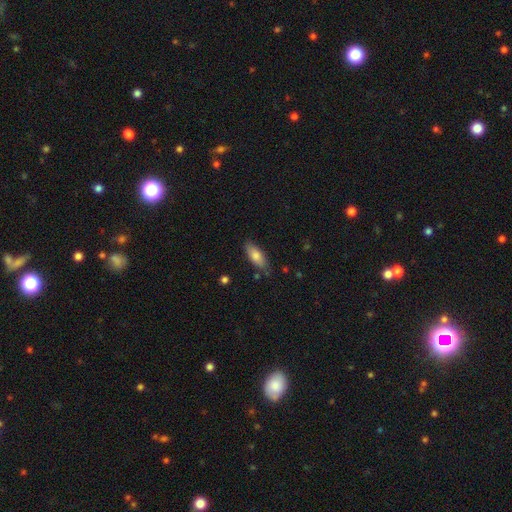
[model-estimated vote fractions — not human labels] smooth_or_featured: smooth (p=0.78) [alt: featured or disk p=0.16]
how_rounded: in between (p=0.73) [alt: cigar-shaped p=0.25]
merging: none (p=0.80) [alt: minor disturbance p=0.15]